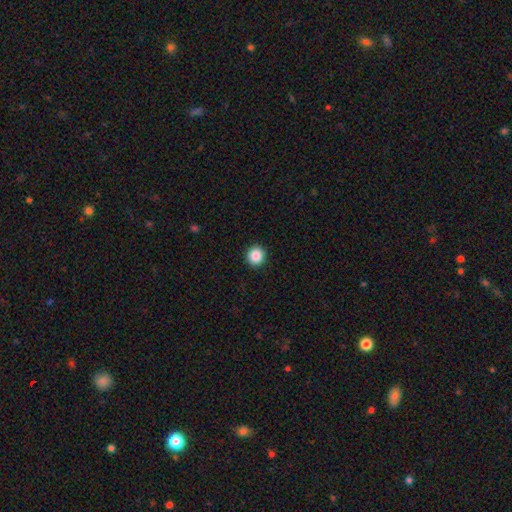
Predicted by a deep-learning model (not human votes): Morphology: type=smooth (87%); roundness=round (93%); merging=none (93%).